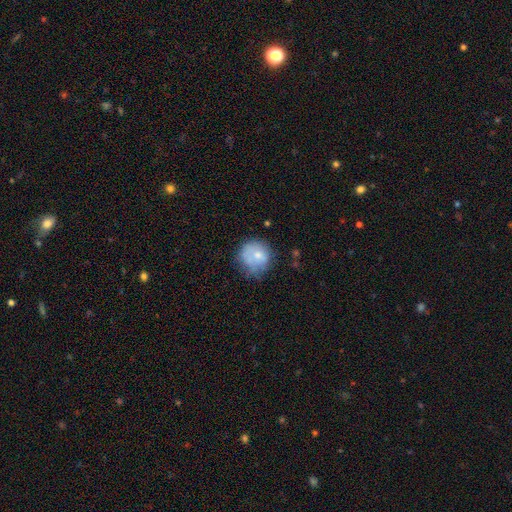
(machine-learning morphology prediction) Q: Smooth or featured?
A: smooth (67%); runner-up: featured or disk (25%)
Q: How rounded?
A: round (85%); runner-up: in between (14%)
Q: Merging?
A: none (52%); runner-up: minor disturbance (29%)